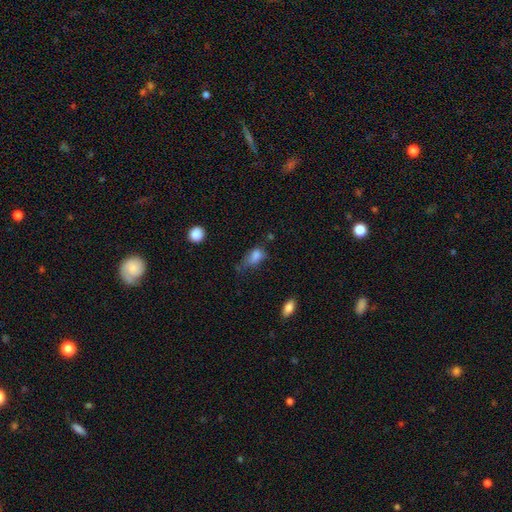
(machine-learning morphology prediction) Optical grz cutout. It shows a smooth galaxy with no disk features (79%) that is in between round and cigar-shaped (81%). Merging: minor disturbance (37%).